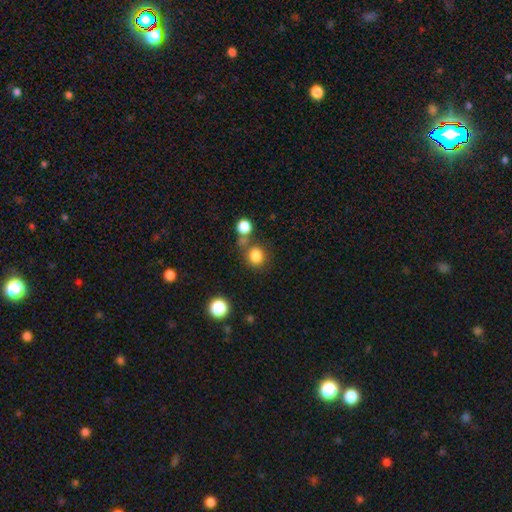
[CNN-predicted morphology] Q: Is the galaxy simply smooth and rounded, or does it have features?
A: smooth — 83%.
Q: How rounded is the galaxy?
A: round — 85%.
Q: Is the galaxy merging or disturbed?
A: none — 67%.